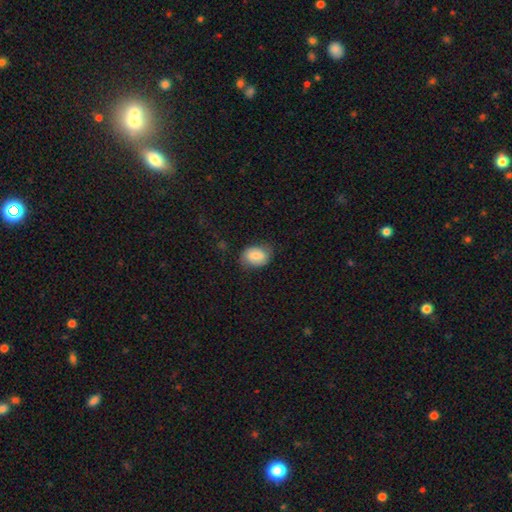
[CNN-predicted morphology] This is likely a smooth galaxy (70%). How rounded: likely in between (75%). Merging: likely none (69%).